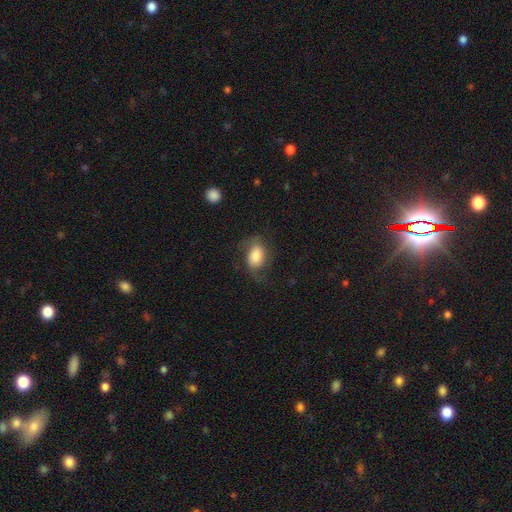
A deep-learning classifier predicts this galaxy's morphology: smooth 66%, featured or disk 26%, star or artifact 8%. Down the decision tree: how rounded — in between (80%); merging — none (57%).